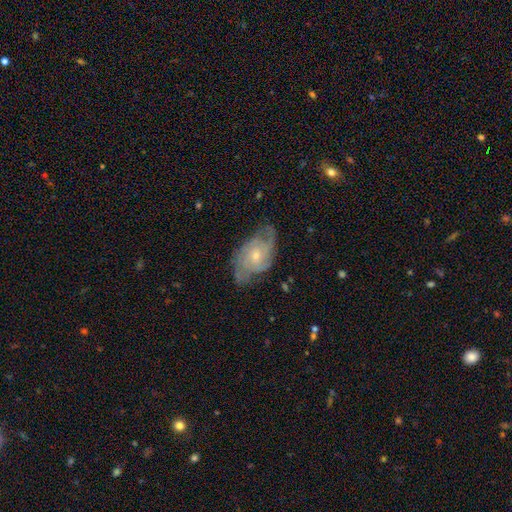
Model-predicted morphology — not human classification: Smooth or featured? Predicted: featured or disk (p=0.80). Edge-on disk? Predicted: no (p=0.96). Bar? Predicted: no (p=0.69). Spiral arms? Predicted: yes (p=0.93). Spiral winding? Predicted: tight (p=0.44). Spiral arm count? Predicted: 2 (p=0.40). Bulge size? Predicted: small (p=0.58). Merging? Predicted: none (p=0.64).